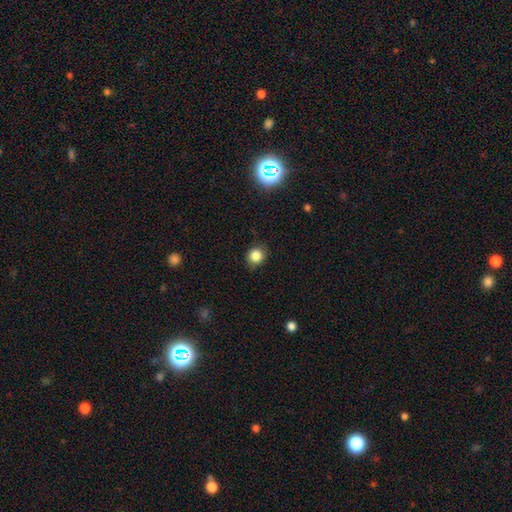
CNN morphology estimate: Q: Smooth or featured?
A: smooth (83%); runner-up: star or artifact (12%)
Q: How rounded?
A: round (82%); runner-up: in between (17%)
Q: Merging?
A: none (82%); runner-up: minor disturbance (14%)